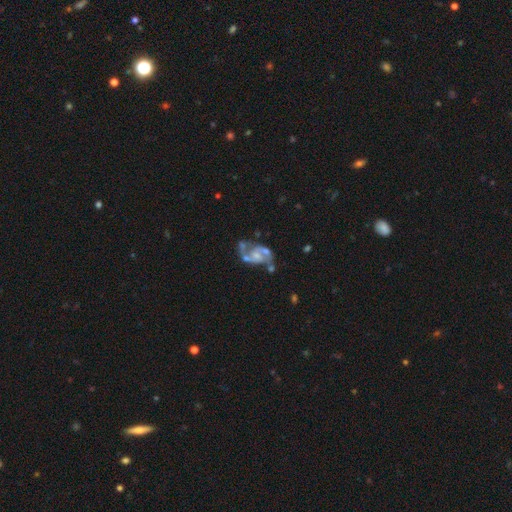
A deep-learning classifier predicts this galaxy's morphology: Overall: featured or disk (84%). Edge-on disk: no (98%). Bar: no (51%; weak 39%). Spiral arms: yes (90%). Spiral arm count: 2 (83%). Spiral winding: medium (50%; loose 34%). Bulge size: small (45%; moderate 29%). Merging: none (40%; major disturbance 23%).